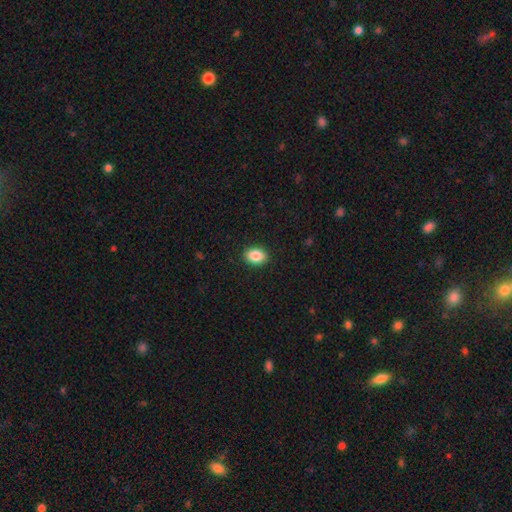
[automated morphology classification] This is clearly a smooth galaxy (88%). How rounded: likely in between (76%). Merging: clearly none (90%).